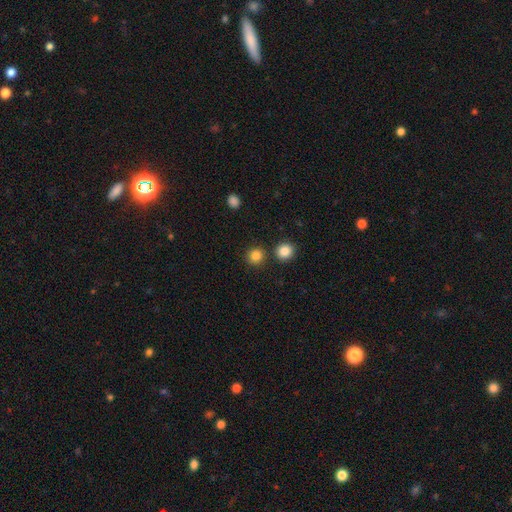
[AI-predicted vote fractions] This appears to be a smooth galaxy with no disk features (84%) that is round (90%). Merging: none (81%).